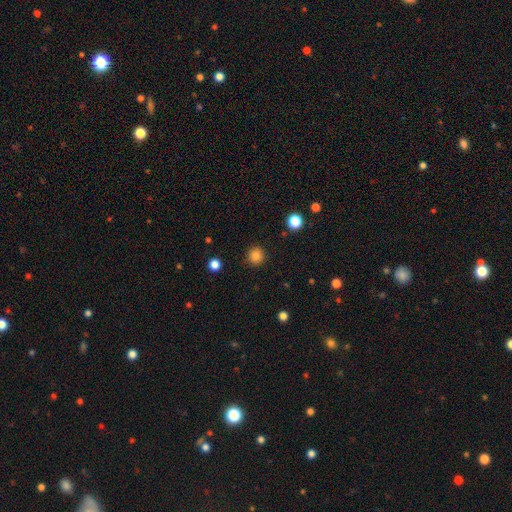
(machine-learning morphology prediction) The model was most divided on "smooth or featured": smooth: 83%, star or artifact: 12%, featured or disk: 4%. More confident: how rounded — round (95%); merging — none (91%).